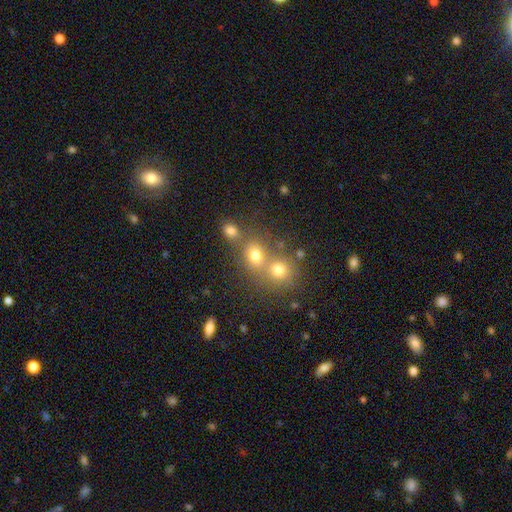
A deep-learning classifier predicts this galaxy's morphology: type=smooth (70%); roundness=round (69%); merging=merger (46%).